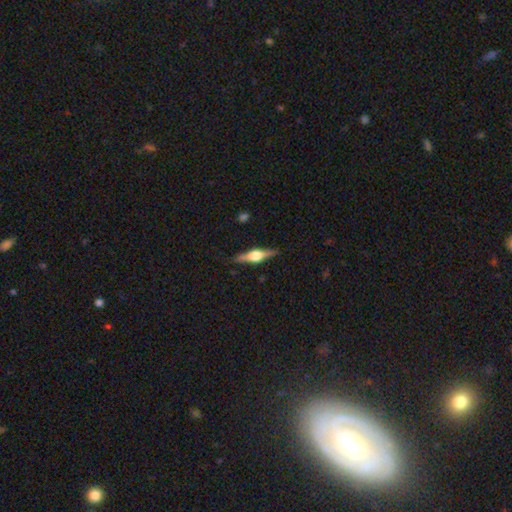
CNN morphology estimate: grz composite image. It shows a featured or disk galaxy (77%) viewed edge-on (97%) with a rounded central bulge (91%). Merging: none (89%).